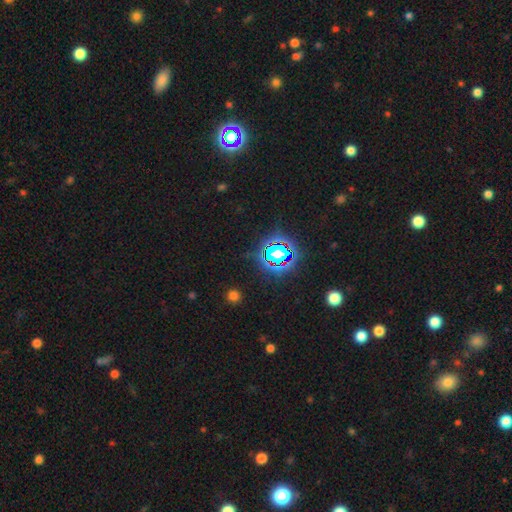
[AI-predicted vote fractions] This is clearly a star or artifact rather than a galaxy (80%).